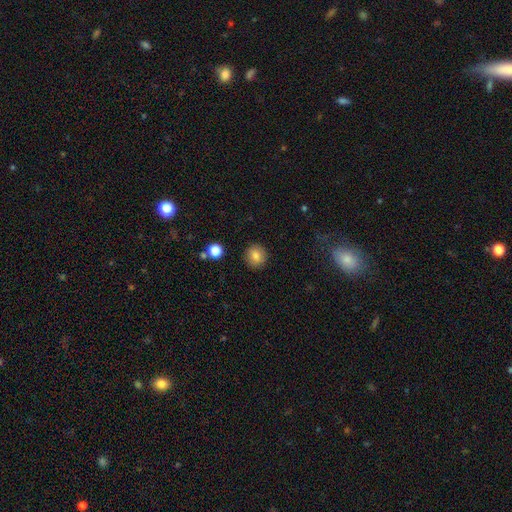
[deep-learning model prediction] smooth_or_featured: smooth (p=0.84) [alt: star or artifact p=0.10]
how_rounded: round (p=0.92) [alt: in between p=0.07]
merging: none (p=0.91) [alt: minor disturbance p=0.06]